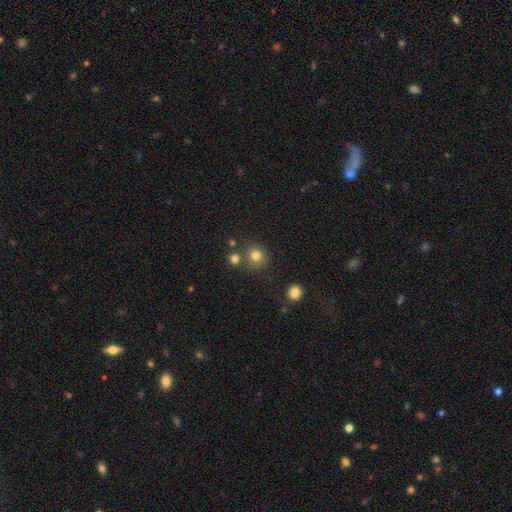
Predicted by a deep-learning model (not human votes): Smooth or featured?
  - smooth: 78% *
  - star or artifact: 15%
  - featured or disk: 7%
How rounded?
  - round: 89% *
  - in between: 10%
  - cigar-shaped: 1%
Merging?
  - none: 75% *
  - merger: 13%
  - minor disturbance: 9%
  - major disturbance: 3%